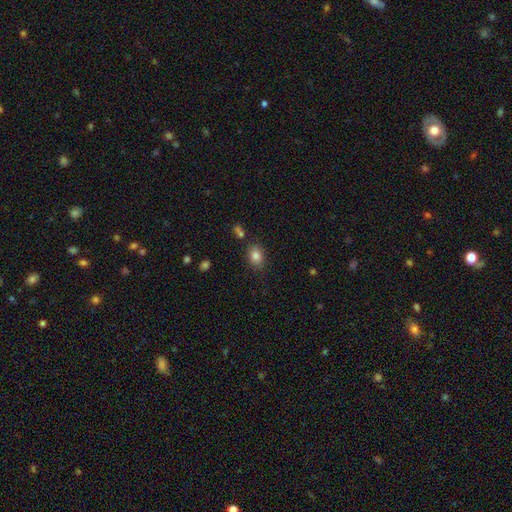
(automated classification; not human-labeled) Smooth or featured? Predicted: smooth (p=0.83). How rounded? Predicted: in between (p=0.65). Merging? Predicted: none (p=0.80).